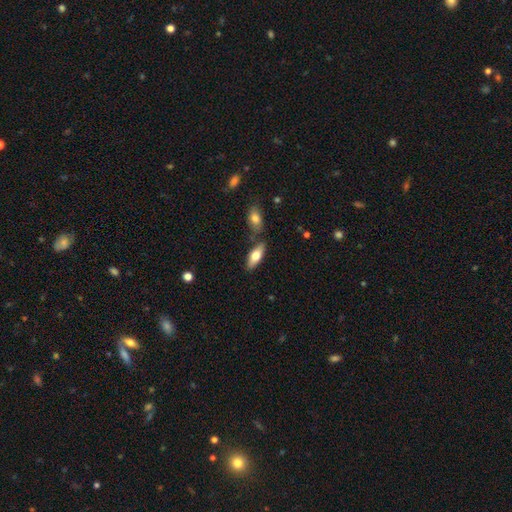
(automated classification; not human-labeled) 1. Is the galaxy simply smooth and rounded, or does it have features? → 69% smooth, 26% featured or disk, 6% star or artifact.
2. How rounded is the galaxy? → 74% in between, 24% cigar-shaped, 2% round.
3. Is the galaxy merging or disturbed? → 74% none, 12% minor disturbance, 11% merger, 3% major disturbance.